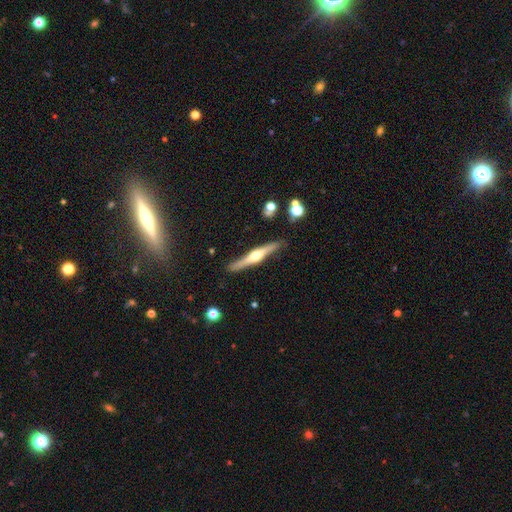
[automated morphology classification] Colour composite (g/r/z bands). It shows a featured or disk galaxy (72%) viewed edge-on (97%) with a rounded central bulge (93%). Merging: none (88%).